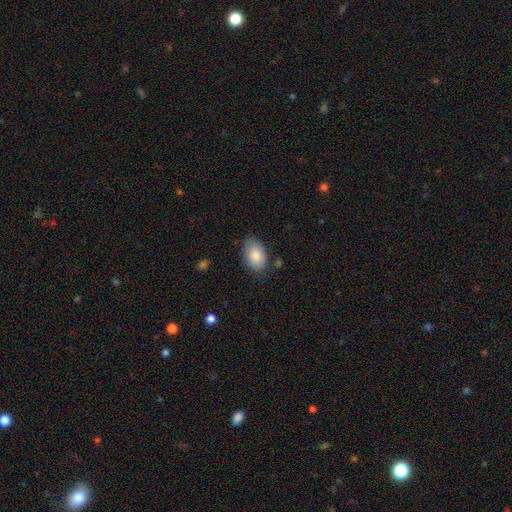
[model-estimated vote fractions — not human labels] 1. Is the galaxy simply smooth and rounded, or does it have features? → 84% smooth, 9% featured or disk, 7% star or artifact.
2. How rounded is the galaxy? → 90% in between, 9% round, 1% cigar-shaped.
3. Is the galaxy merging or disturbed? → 74% none, 19% minor disturbance, 4% major disturbance, 2% merger.